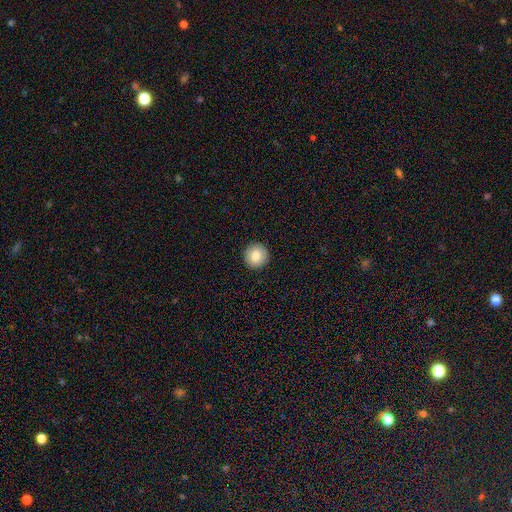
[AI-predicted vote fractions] smooth 83%, featured or disk 9%, star or artifact 8%. Down the decision tree: how rounded — round (95%); merging — none (93%).